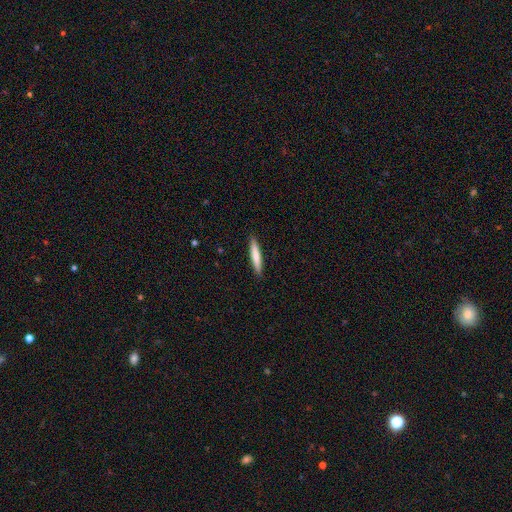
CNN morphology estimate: The model was most divided on "smooth or featured": smooth: 71%, featured or disk: 24%, star or artifact: 5%. More confident: how rounded — cigar-shaped (92%); merging — none (91%).